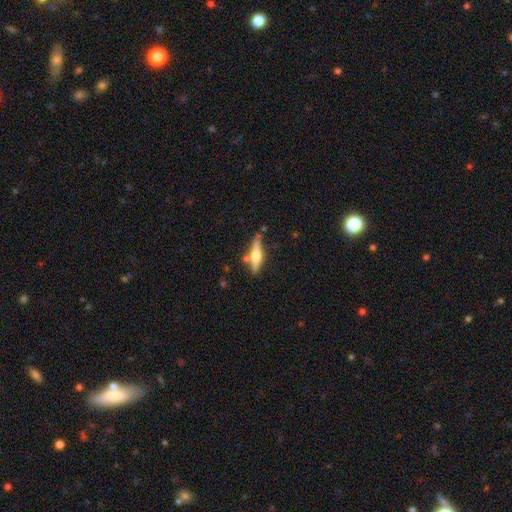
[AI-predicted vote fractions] Smooth or featured: featured or disk — 61% (smooth — 33%)
Edge-on disk: yes — 95% (no — 5%)
Edge-on bulge: rounded — 92% (boxy — 5%)
Merging: none — 74% (minor disturbance — 15%)